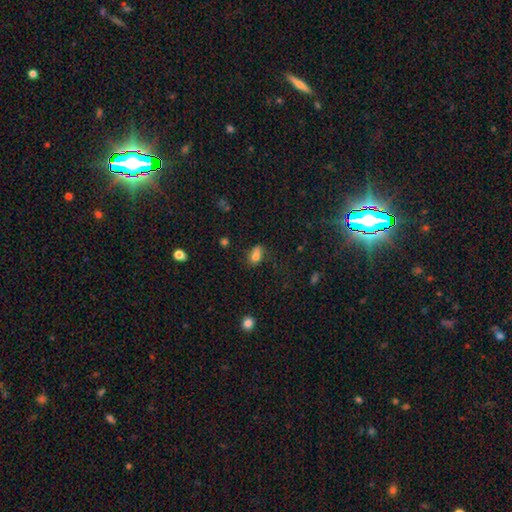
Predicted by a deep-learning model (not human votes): Morphology: type=smooth (76%); roundness=in between (78%); merging=none (50%).